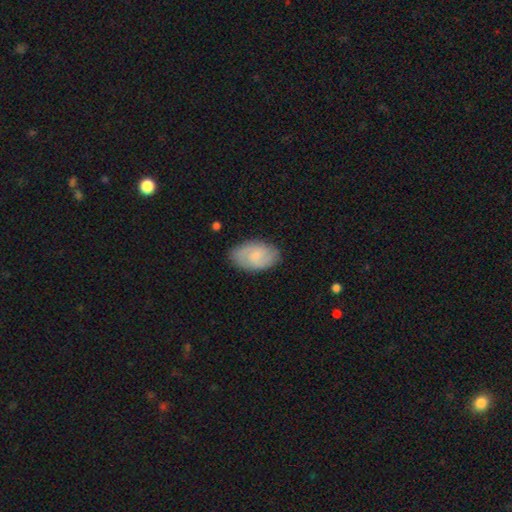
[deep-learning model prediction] A smooth galaxy with no disk features (55%) that is in between round and cigar-shaped (92%). Merging: none (81%).